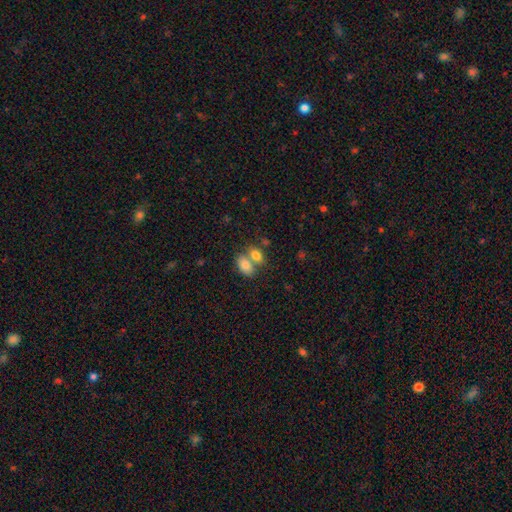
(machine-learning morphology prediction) smooth 81%, featured or disk 11%, star or artifact 8%. Down the decision tree: how rounded — in between (85%); merging — merger (57%).